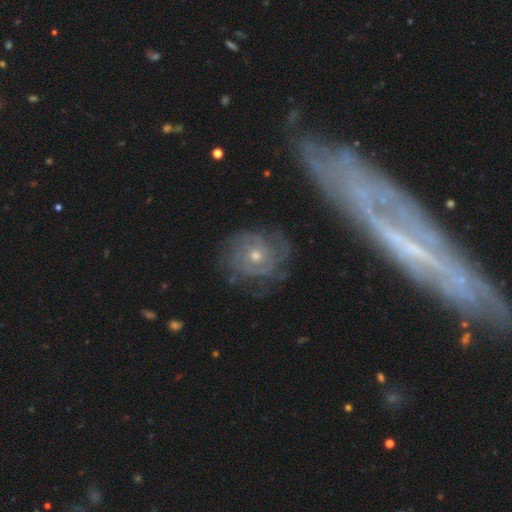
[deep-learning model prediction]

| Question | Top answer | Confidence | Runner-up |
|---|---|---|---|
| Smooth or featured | featured or disk | 79% | smooth (13%) |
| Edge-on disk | no | 96% | yes (4%) |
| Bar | no | 78% | weak (18%) |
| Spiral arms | yes | 90% | no (10%) |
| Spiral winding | tight | 67% | medium (26%) |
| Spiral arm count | can't tell | 38% | 3 (22%) |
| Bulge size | moderate | 57% | small (39%) |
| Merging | none | 72% | minor disturbance (17%) |